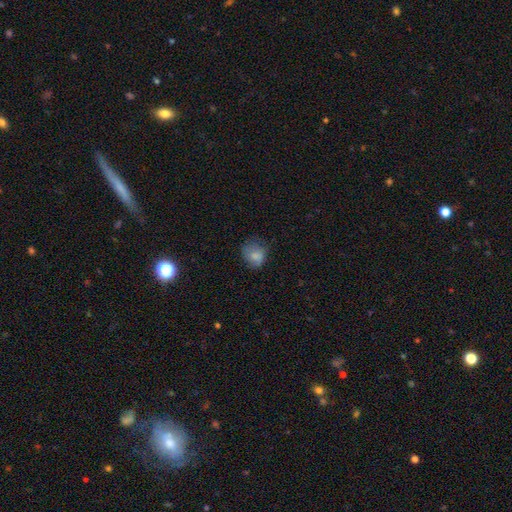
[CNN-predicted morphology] smooth 77%, featured or disk 13%, star or artifact 9%. Down the decision tree: how rounded — round (66%); merging — none (56%).